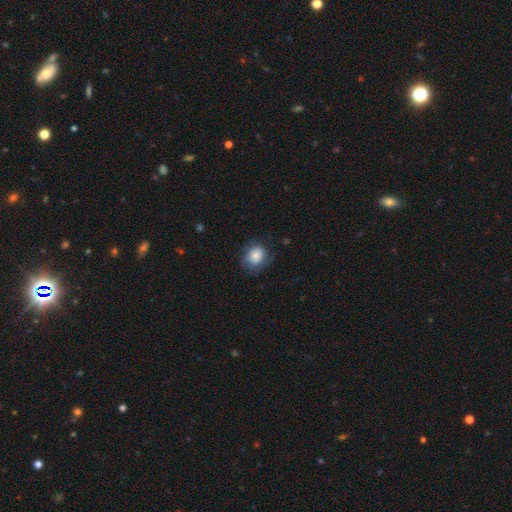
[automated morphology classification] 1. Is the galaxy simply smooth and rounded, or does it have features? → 80% smooth, 12% featured or disk, 8% star or artifact.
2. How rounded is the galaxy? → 64% round, 35% in between, 1% cigar-shaped.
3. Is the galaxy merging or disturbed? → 69% none, 21% minor disturbance, 9% major disturbance, 1% merger.